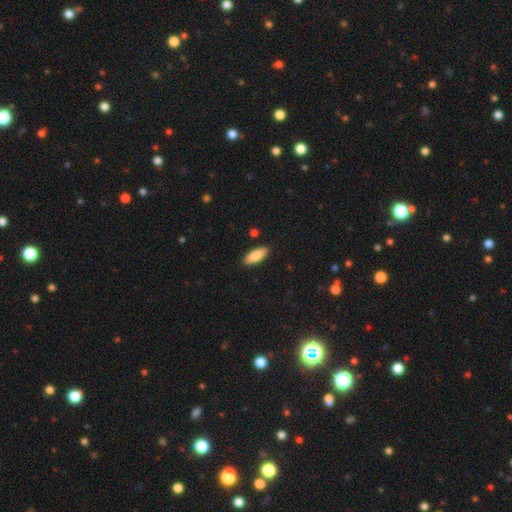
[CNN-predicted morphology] Smooth or featured: smooth — 86% (featured or disk — 8%)
How rounded: in between — 77% (cigar-shaped — 21%)
Merging: none — 88% (minor disturbance — 8%)